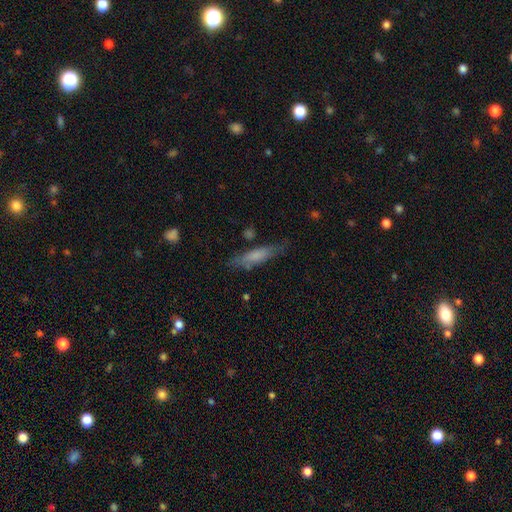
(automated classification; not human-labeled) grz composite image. It shows a smooth galaxy with no disk features (65%) that is cigar-shaped (74%). Merging: none (71%).